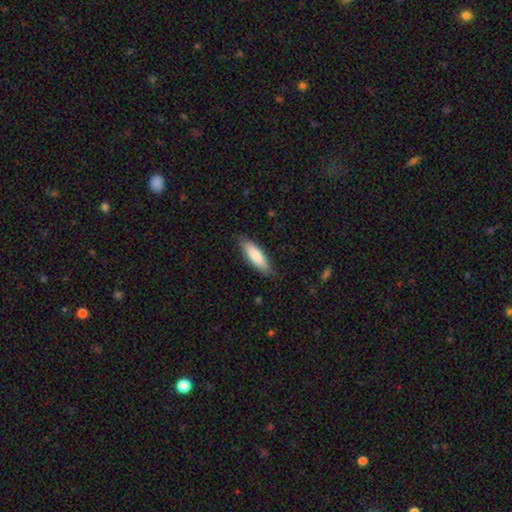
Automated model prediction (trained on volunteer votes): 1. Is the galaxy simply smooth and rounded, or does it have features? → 82% smooth, 13% featured or disk, 5% star or artifact.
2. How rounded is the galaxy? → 51% cigar-shaped, 48% in between, 1% round.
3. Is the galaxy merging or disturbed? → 83% none, 14% minor disturbance, 2% major disturbance, 1% merger.